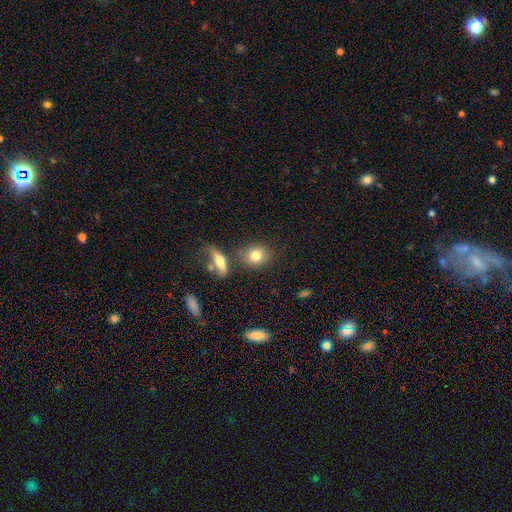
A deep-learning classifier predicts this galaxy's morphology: A smooth galaxy with no disk features (77%) that is round (62%). Merging: none (70%).